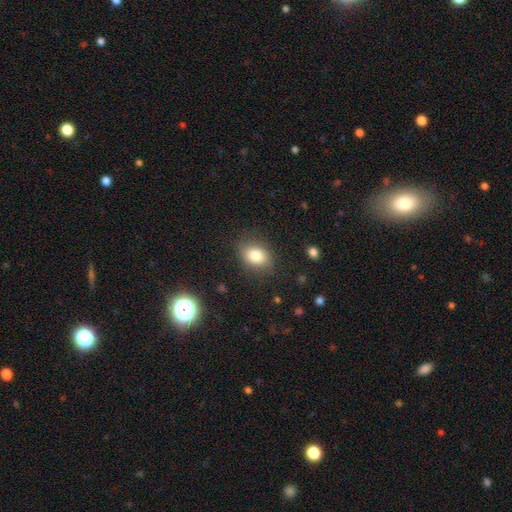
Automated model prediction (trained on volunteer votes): Smooth or featured: smooth — 81% (star or artifact — 10%)
How rounded: in between — 63% (round — 36%)
Merging: none — 80% (minor disturbance — 14%)